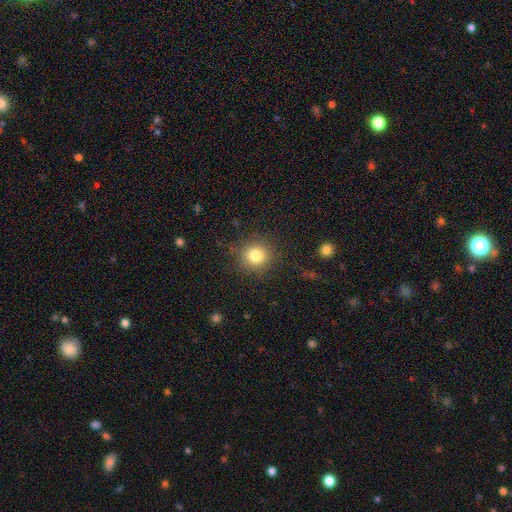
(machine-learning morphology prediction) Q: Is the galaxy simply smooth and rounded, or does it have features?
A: smooth — 81%.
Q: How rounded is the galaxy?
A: round — 91%.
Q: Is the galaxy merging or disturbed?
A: none — 87%.